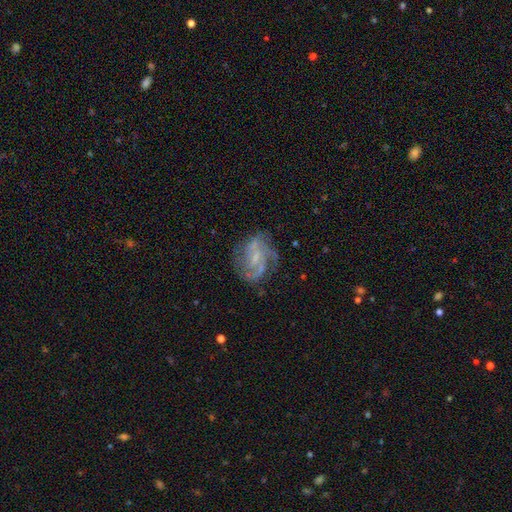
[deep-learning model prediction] smooth-or-featured: featured or disk: 81% | smooth: 11% | star or artifact: 8%
  disk-edge-on: no: 97% | yes: 3%
    bar: weak: 51% | no: 33% | strong: 16%
    has-spiral-arms: yes: 91% | no: 9%
      spiral-winding: medium: 46% | tight: 36% | loose: 18%
      spiral-arm-count: 3: 28% | can't tell: 27% | 2: 23% | 4: 11% | 1: 6% | more than 4: 5%
    bulge-size: small: 54% | none: 22% | moderate: 21% | large: 2% | dominant: 1%
  merging: none: 63% | minor disturbance: 20% | major disturbance: 15% | merger: 2%